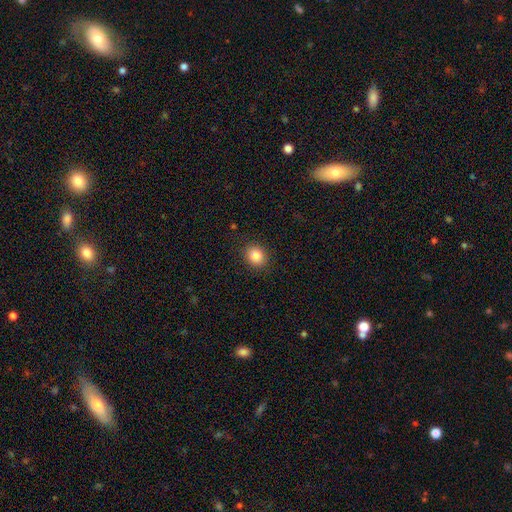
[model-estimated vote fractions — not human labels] smooth_or_featured: smooth (p=0.85) [alt: star or artifact p=0.10]
how_rounded: round (p=0.69) [alt: in between p=0.30]
merging: none (p=0.89) [alt: minor disturbance p=0.08]